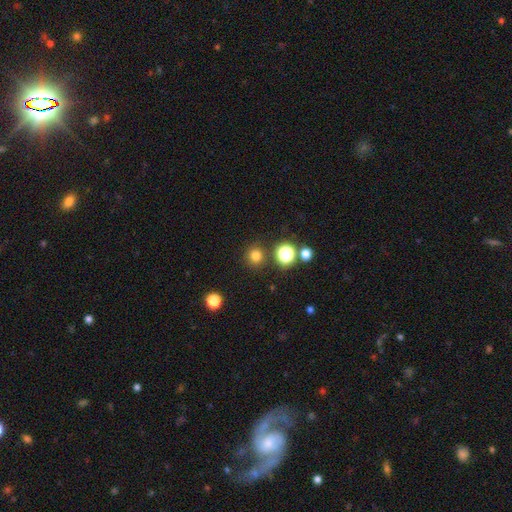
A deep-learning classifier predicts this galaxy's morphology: This is likely a smooth galaxy (77%). How rounded: clearly round (94%). Merging: clearly none (88%).